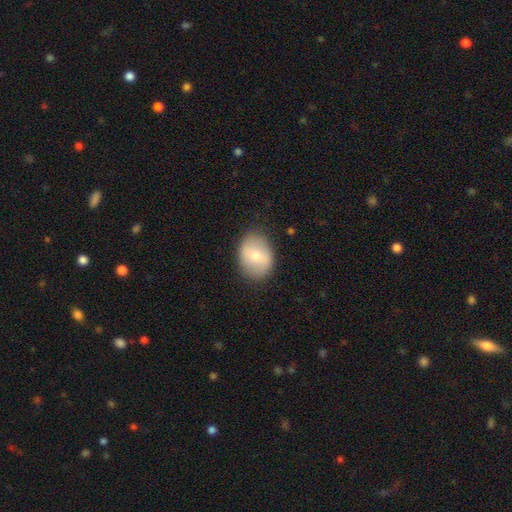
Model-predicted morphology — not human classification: smooth 70%, featured or disk 23%, star or artifact 7%. Down the decision tree: how rounded — in between (59%); merging — none (83%).